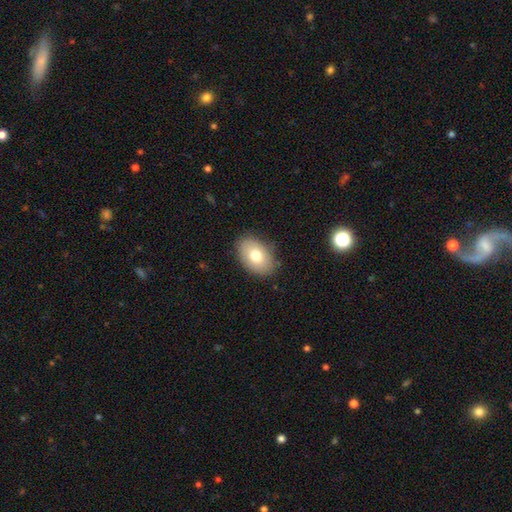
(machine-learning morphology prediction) smooth-or-featured: smooth: 75% | featured or disk: 17% | star or artifact: 8%
  how-rounded: in between: 85% | round: 13% | cigar-shaped: 1%
  merging: none: 85% | minor disturbance: 11% | major disturbance: 3% | merger: 1%